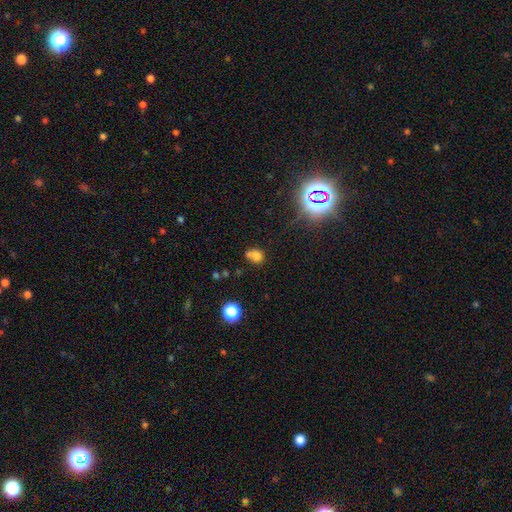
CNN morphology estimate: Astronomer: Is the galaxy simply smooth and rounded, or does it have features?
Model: smooth — 70%.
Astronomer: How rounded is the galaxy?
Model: round — 59% (runner-up: in between, 40%).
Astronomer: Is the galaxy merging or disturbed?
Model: merger — 40% (runner-up: none, 39%).